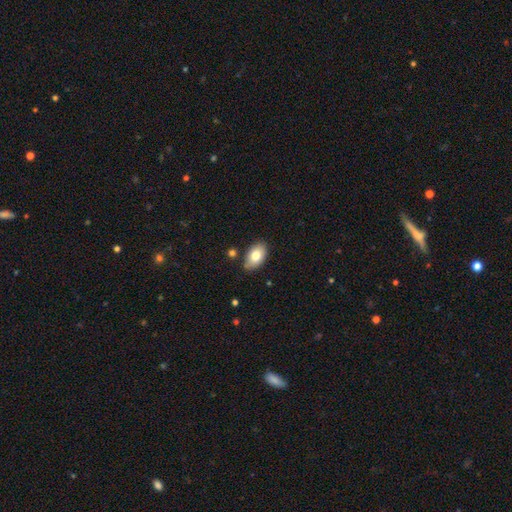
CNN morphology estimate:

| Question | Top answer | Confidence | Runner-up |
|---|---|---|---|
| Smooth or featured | smooth | 78% | featured or disk (15%) |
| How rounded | in between | 92% | round (7%) |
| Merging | none | 82% | minor disturbance (13%) |